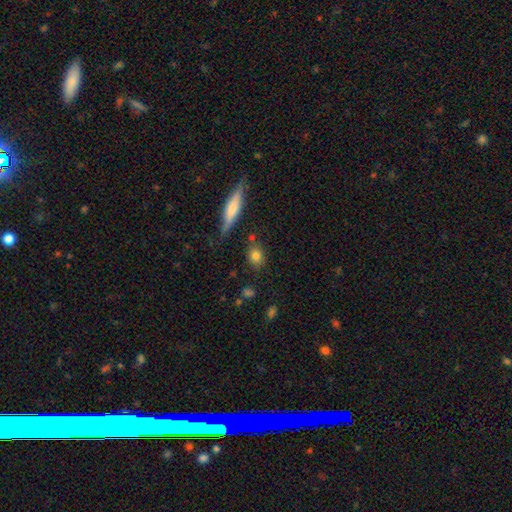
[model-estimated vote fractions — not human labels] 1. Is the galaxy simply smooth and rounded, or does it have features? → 80% smooth, 11% featured or disk, 10% star or artifact.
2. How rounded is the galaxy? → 47% in between, 46% round, 7% cigar-shaped.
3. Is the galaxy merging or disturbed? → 77% none, 14% minor disturbance, 5% merger, 4% major disturbance.